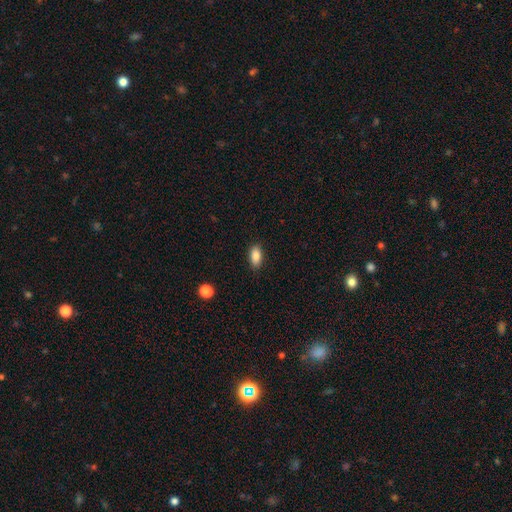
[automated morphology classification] smooth_or_featured: smooth (p=0.87) [alt: star or artifact p=0.08]
how_rounded: in between (p=0.89) [alt: cigar-shaped p=0.06]
merging: none (p=0.86) [alt: minor disturbance p=0.11]